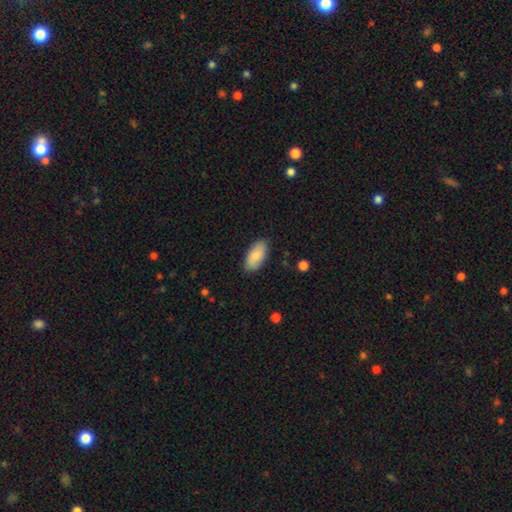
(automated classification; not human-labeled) Smooth or featured? Predicted: smooth (p=0.84). How rounded? Predicted: in between (p=0.92). Merging? Predicted: none (p=0.85).